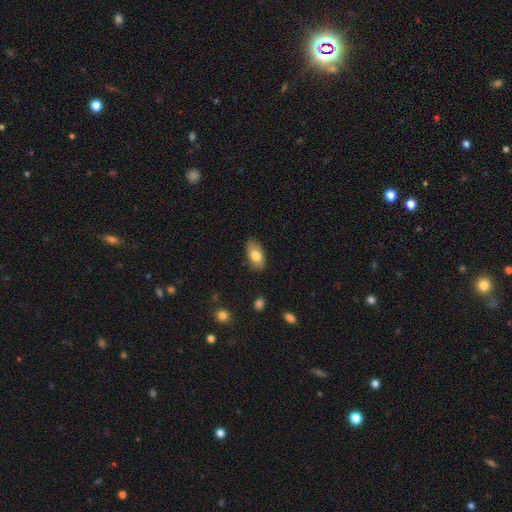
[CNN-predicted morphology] This is likely a smooth galaxy (76%). How rounded: clearly in between (92%). Merging: clearly none (83%).